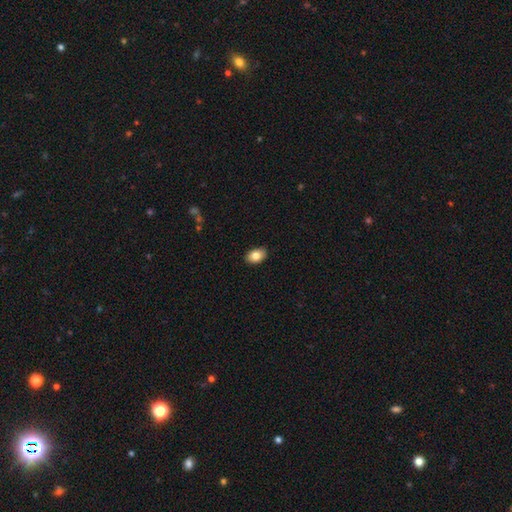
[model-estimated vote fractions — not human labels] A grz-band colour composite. It shows a smooth galaxy with no disk features (83%) that is in between round and cigar-shaped (87%). Merging: none (88%).